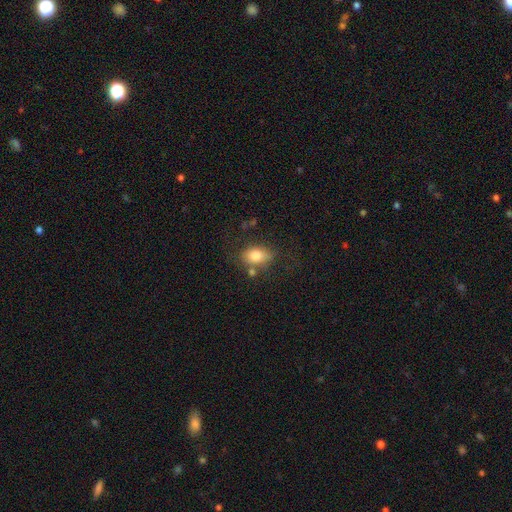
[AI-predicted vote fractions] This is clearly a smooth galaxy (81%). How rounded: likely in between (77%). Merging: likely none (64%).